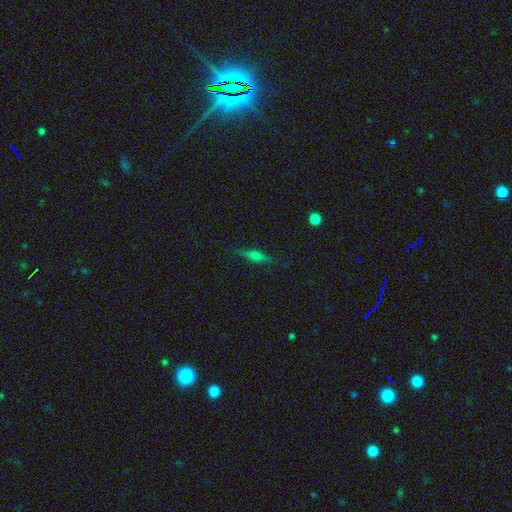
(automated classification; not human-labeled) smooth_or_featured: featured or disk (p=0.48) [alt: smooth p=0.41]
merging: none (p=0.83) [alt: minor disturbance p=0.13]